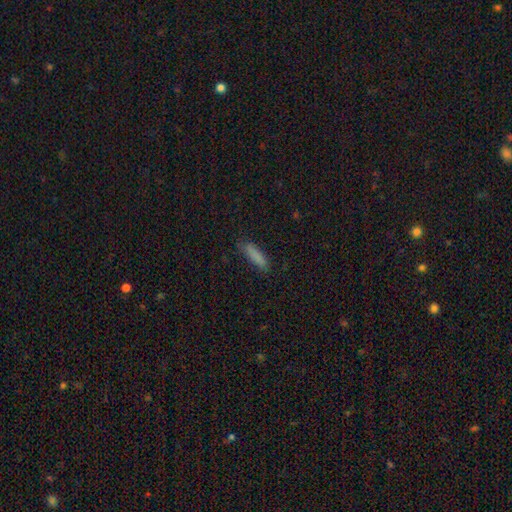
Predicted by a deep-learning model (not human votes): Smooth or featured: smooth — 86% (star or artifact — 8%)
How rounded: cigar-shaped — 72% (in between — 27%)
Merging: none — 81% (minor disturbance — 15%)